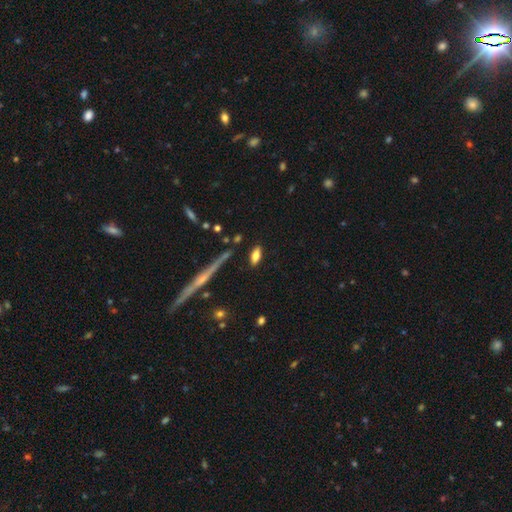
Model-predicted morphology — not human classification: A smooth galaxy with no disk features (79%) that is in between round and cigar-shaped (83%).

Vote fractions:
- Smooth or featured? smooth: 79% / featured or disk: 13% / star or artifact: 8%
- How rounded? in between: 83% / cigar-shaped: 14% / round: 3%
- Merging? none: 84% / minor disturbance: 10% / major disturbance: 3% / merger: 3%